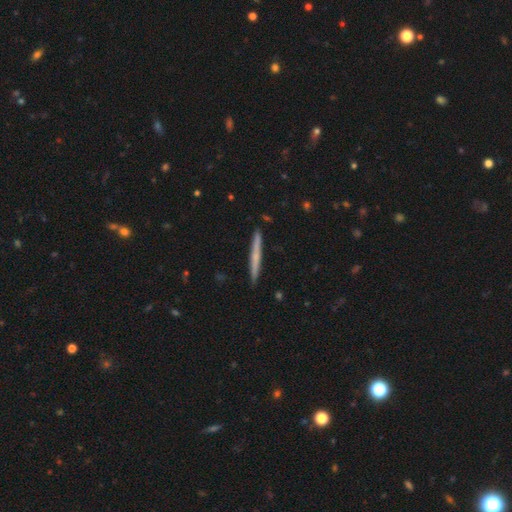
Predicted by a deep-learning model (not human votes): smooth_or_featured: smooth (p=0.51) [alt: featured or disk p=0.43]
how_rounded: cigar-shaped (p=0.97) [alt: in between p=0.02]
merging: none (p=0.92) [alt: minor disturbance p=0.06]